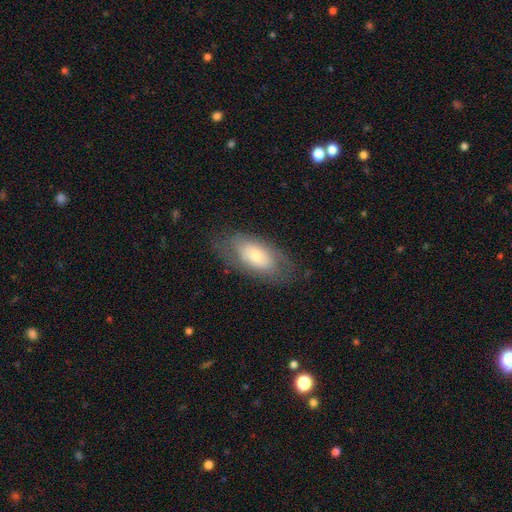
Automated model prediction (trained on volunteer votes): Morphology: type=smooth (53%); roundness=in between (89%); merging=none (69%).